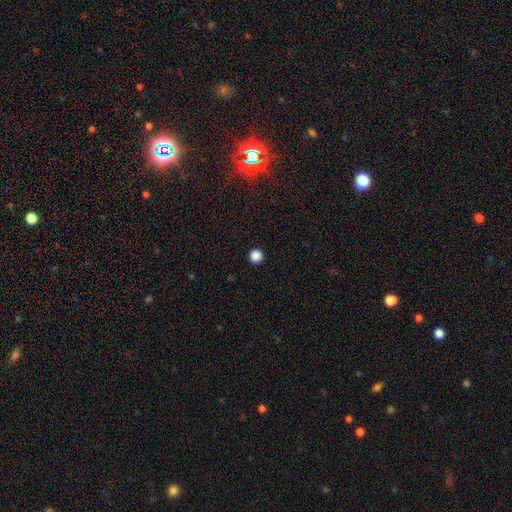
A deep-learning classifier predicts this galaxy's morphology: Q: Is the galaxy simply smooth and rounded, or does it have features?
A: smooth — 86%.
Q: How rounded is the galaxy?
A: round — 96%.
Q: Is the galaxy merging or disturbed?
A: none — 94%.